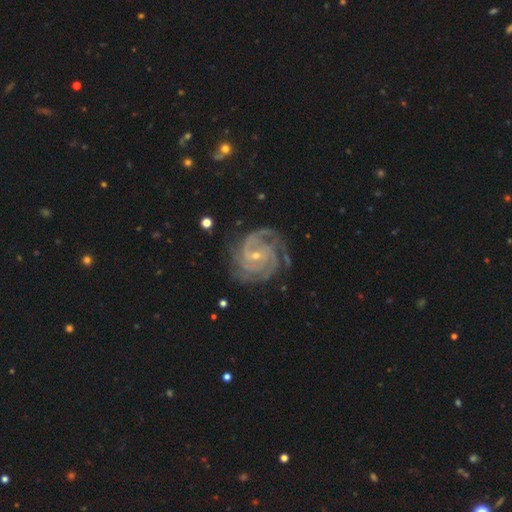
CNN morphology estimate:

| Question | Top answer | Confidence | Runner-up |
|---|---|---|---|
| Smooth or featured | featured or disk | 92% | star or artifact (5%) |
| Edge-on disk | no | 98% | yes (2%) |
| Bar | no | 55% | weak (34%) |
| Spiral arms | yes | 99% | no (1%) |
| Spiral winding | tight | 69% | medium (28%) |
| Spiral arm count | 3 | 32% | 4 (26%) |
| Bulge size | small | 75% | moderate (22%) |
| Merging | none | 73% | minor disturbance (18%) |